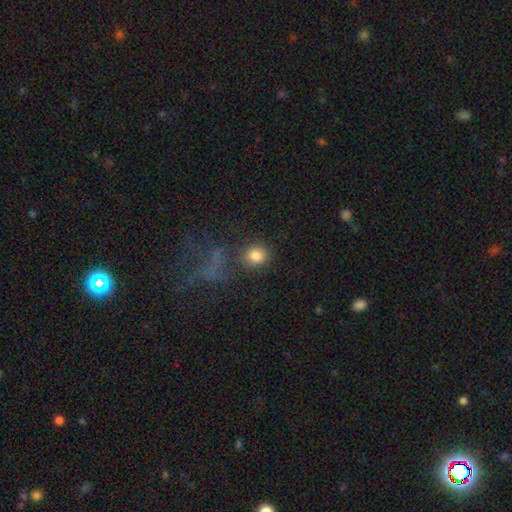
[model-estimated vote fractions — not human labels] Smooth or featured?
  - smooth: 83% *
  - star or artifact: 10%
  - featured or disk: 6%
How rounded?
  - round: 77% *
  - in between: 21%
  - cigar-shaped: 1%
Merging?
  - none: 69% *
  - minor disturbance: 12%
  - merger: 10%
  - major disturbance: 9%